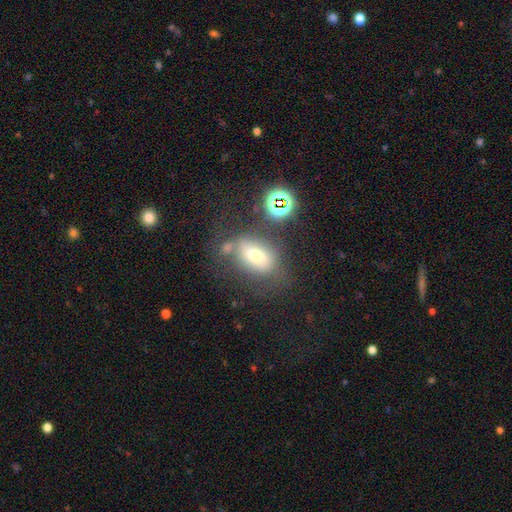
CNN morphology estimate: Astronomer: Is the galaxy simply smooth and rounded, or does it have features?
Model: smooth — 60%.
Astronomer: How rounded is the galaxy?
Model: in between — 80%.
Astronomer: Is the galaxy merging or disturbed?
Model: none — 53%.